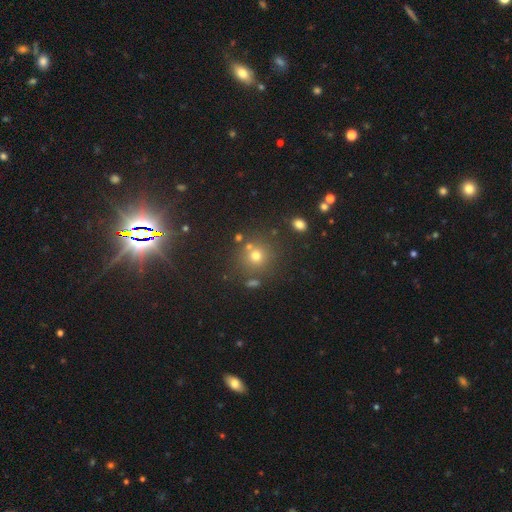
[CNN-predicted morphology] smooth-or-featured: smooth: 66% | star or artifact: 24% | featured or disk: 10%
  how-rounded: round: 91% | in between: 8% | cigar-shaped: 1%
  merging: none: 77% | merger: 10% | minor disturbance: 9% | major disturbance: 4%